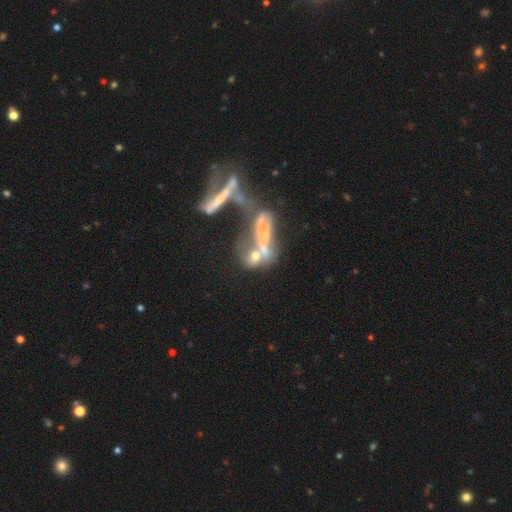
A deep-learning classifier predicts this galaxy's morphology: Smooth or featured? smooth (45%)
Merging? merger (63%)